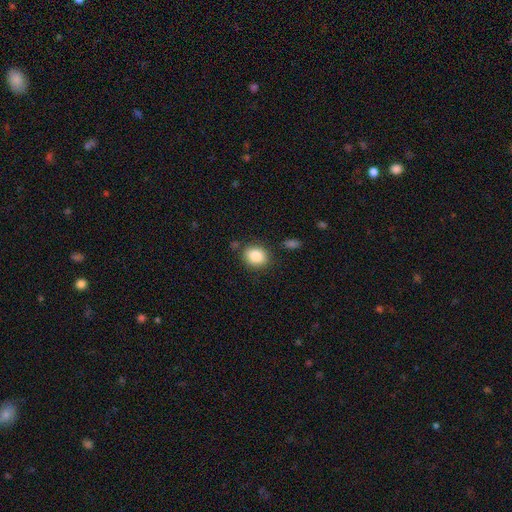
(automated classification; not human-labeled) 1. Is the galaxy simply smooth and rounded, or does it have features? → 86% smooth, 8% star or artifact, 6% featured or disk.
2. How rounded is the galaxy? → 58% round, 41% in between, 1% cigar-shaped.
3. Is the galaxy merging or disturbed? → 81% none, 12% minor disturbance, 4% merger, 3% major disturbance.